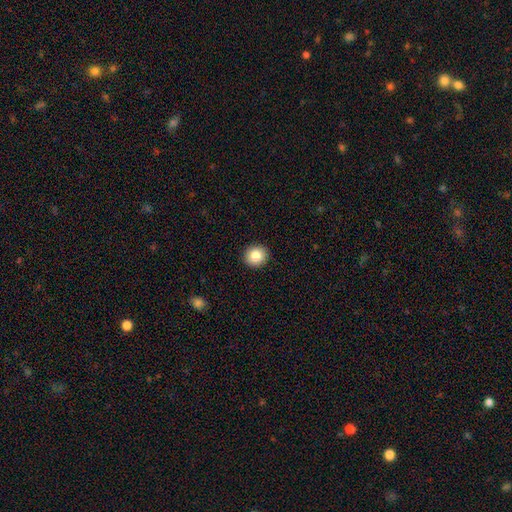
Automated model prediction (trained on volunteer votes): Overall: smooth (84%). How rounded: round (88%). Merging: none (93%).